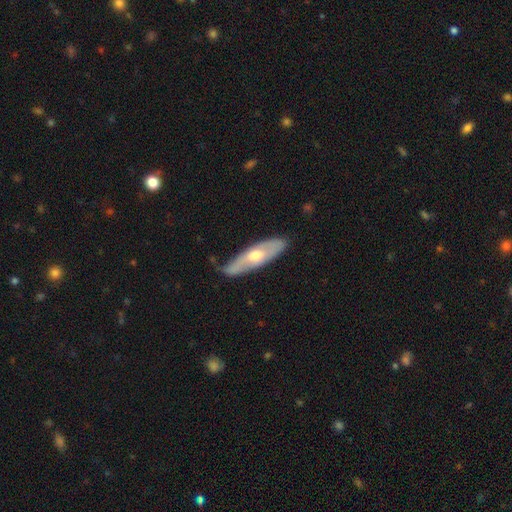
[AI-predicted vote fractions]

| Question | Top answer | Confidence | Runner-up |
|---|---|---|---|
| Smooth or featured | featured or disk | 57% | smooth (37%) |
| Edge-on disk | no | 55% | yes (45%) |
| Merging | none | 80% | minor disturbance (16%) |